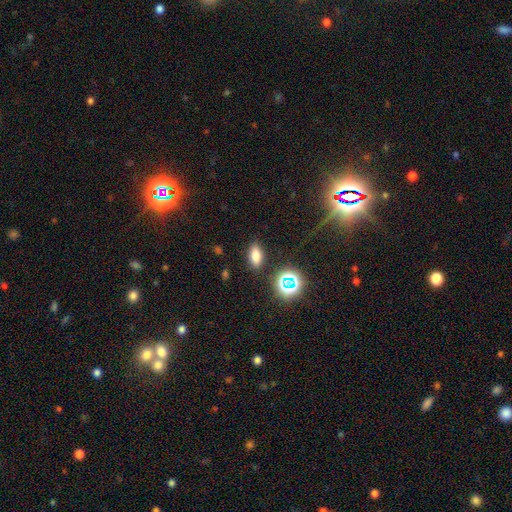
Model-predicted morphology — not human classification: This appears to be a smooth galaxy with no disk features (75%) that is in between round and cigar-shaped (83%). Merging: none (85%).